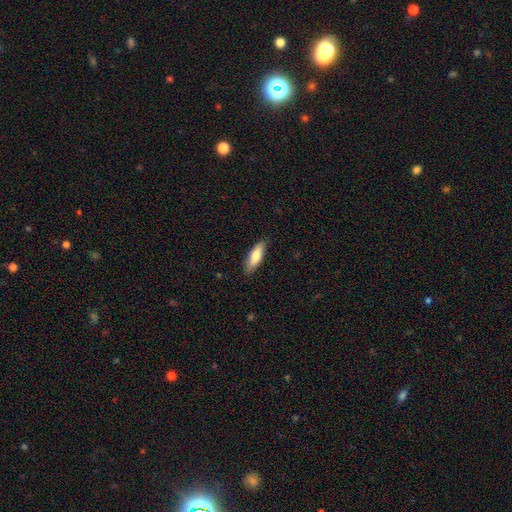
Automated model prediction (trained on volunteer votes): Smooth or featured? Predicted: smooth (p=0.78). How rounded? Predicted: in between (p=0.52). Merging? Predicted: none (p=0.85).